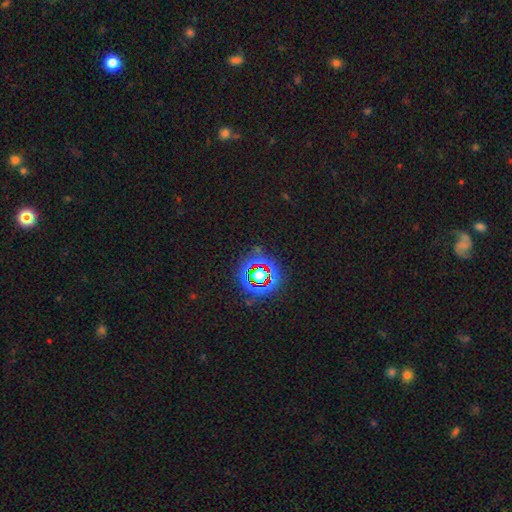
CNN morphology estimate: type=star or artifact (76%).